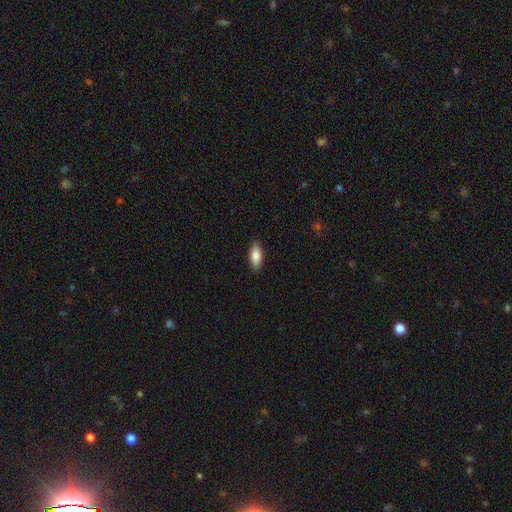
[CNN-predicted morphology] Smooth or featured?
  - smooth: 87% *
  - featured or disk: 7%
  - star or artifact: 6%
How rounded?
  - in between: 84% *
  - cigar-shaped: 14%
  - round: 2%
Merging?
  - none: 89% *
  - minor disturbance: 8%
  - major disturbance: 2%
  - merger: 1%